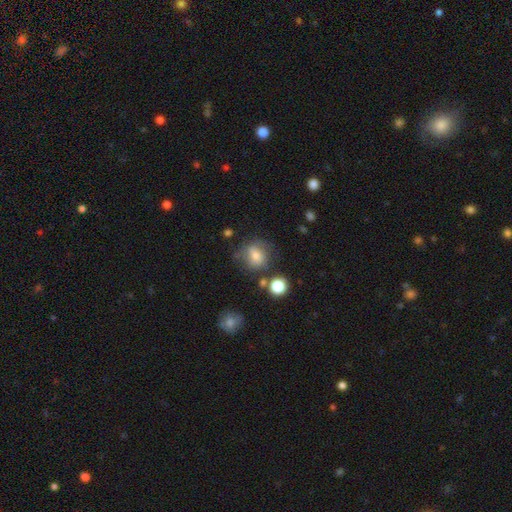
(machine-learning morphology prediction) This appears to be a smooth galaxy with no disk features (67%) that is round (73%). Merging: none (62%).